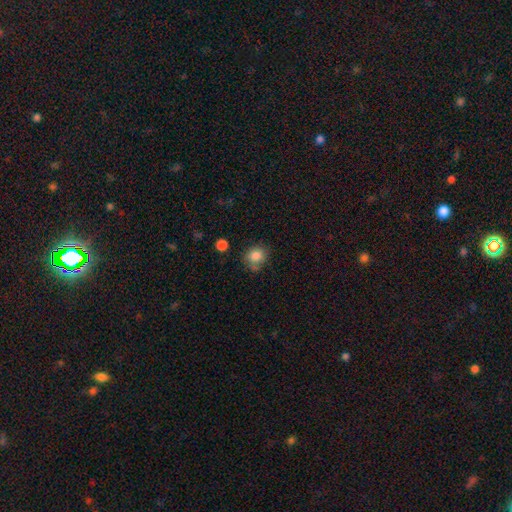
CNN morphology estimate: smooth-or-featured: smooth: 84% | star or artifact: 9% | featured or disk: 7%
  how-rounded: round: 71% | in between: 28% | cigar-shaped: 1%
  merging: none: 65% | minor disturbance: 22% | major disturbance: 7% | merger: 6%